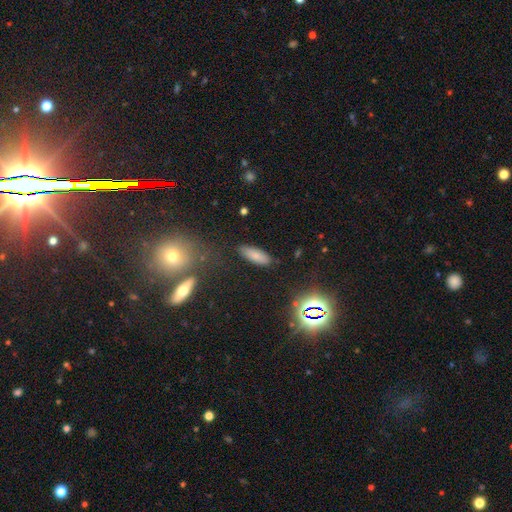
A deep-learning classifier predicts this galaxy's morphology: smooth-or-featured: smooth: 79% | star or artifact: 11% | featured or disk: 10%
  how-rounded: in between: 66% | cigar-shaped: 32% | round: 2%
  merging: none: 85% | minor disturbance: 10% | major disturbance: 3% | merger: 2%